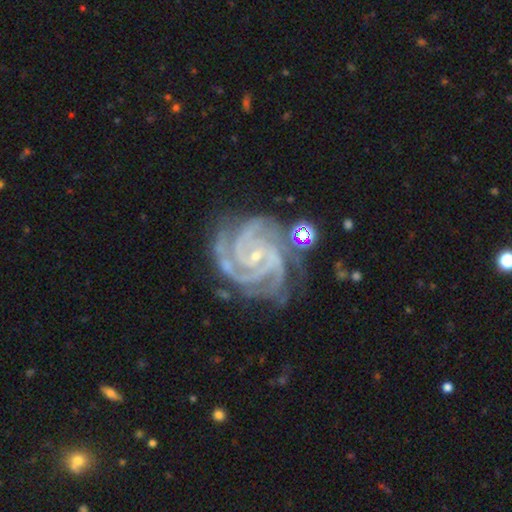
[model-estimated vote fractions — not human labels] Morphology: type=featured or disk (93%); edge-on=no (98%); bar=no (61%); spiral arms=yes (99%); winding=tight (76%); arm count=3 (37%); bulge=small (83%); merging=none (69%).